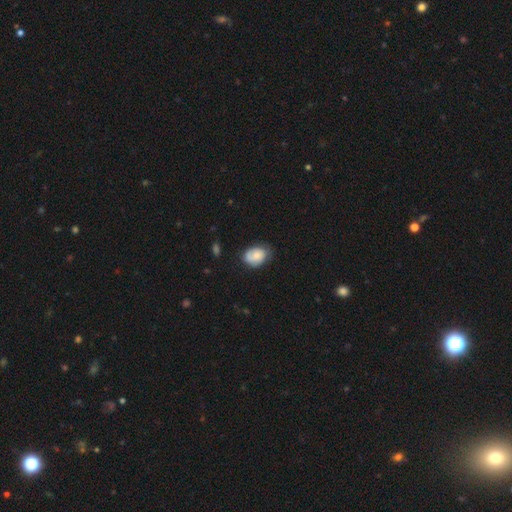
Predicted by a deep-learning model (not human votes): A smooth galaxy with no disk features (71%) that is in between round and cigar-shaped (74%).

Vote fractions:
- Smooth or featured? smooth: 71% / featured or disk: 21% / star or artifact: 7%
- How rounded? in between: 74% / round: 25% / cigar-shaped: 1%
- Merging? none: 59% / minor disturbance: 31% / major disturbance: 8% / merger: 2%